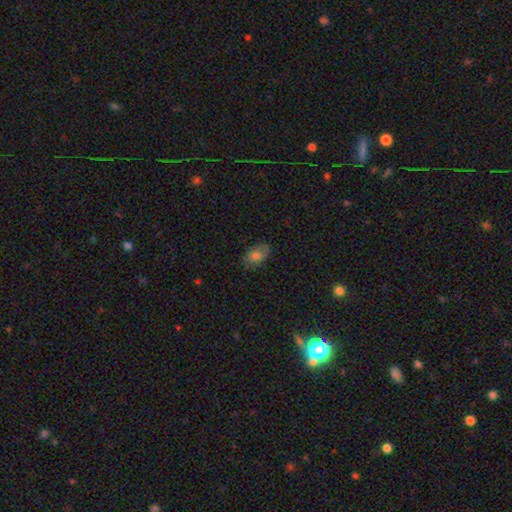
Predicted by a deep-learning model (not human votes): Morphology: type=smooth (71%); roundness=in between (87%); merging=none (72%).